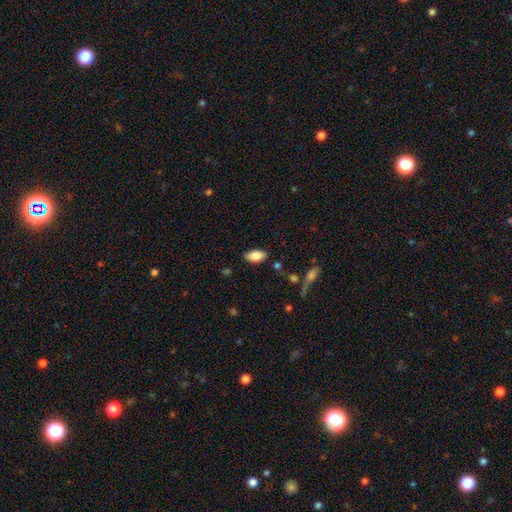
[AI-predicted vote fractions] Smooth or featured: smooth — 80% (featured or disk — 13%)
How rounded: in between — 91% (cigar-shaped — 5%)
Merging: none — 84% (minor disturbance — 12%)